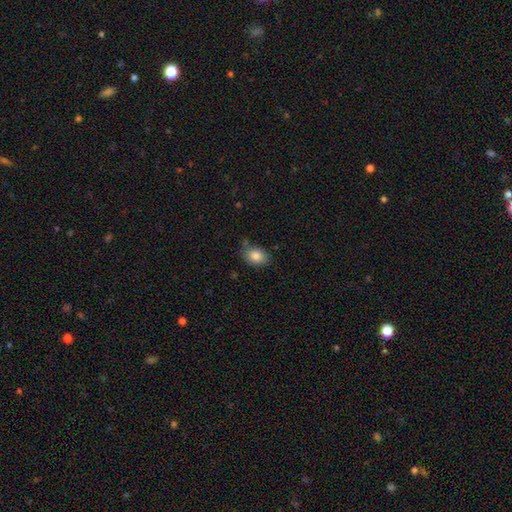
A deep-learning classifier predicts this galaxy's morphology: smooth-or-featured: smooth: 85% | star or artifact: 8% | featured or disk: 7%
  how-rounded: in between: 74% | round: 25% | cigar-shaped: 1%
  merging: none: 68% | minor disturbance: 23% | merger: 5% | major disturbance: 5%